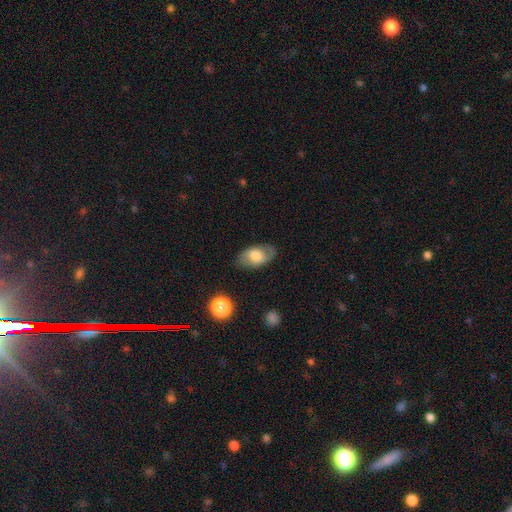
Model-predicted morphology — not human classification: A smooth galaxy with no disk features (64%) that is in between round and cigar-shaped (91%).

Vote fractions:
- Smooth or featured? smooth: 64% / featured or disk: 29% / star or artifact: 7%
- How rounded? in between: 91% / round: 7% / cigar-shaped: 2%
- Merging? none: 78% / minor disturbance: 16% / major disturbance: 5% / merger: 1%